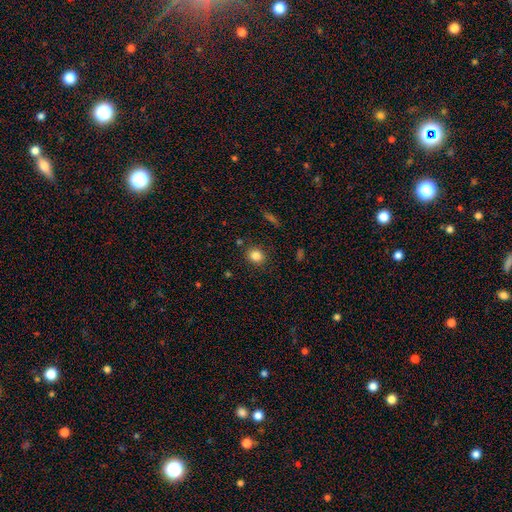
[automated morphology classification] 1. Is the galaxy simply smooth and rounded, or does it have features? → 83% smooth, 11% star or artifact, 6% featured or disk.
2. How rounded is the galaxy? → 72% round, 27% in between, 1% cigar-shaped.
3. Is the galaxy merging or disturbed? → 86% none, 9% minor disturbance, 3% major disturbance, 2% merger.